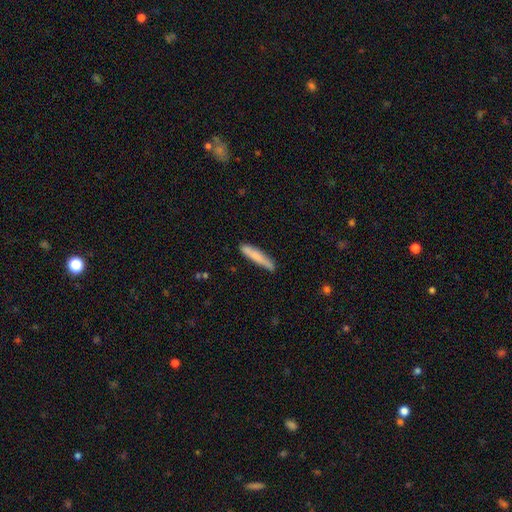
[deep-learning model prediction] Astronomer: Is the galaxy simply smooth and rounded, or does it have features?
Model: smooth — 77%.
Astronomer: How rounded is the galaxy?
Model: cigar-shaped — 92%.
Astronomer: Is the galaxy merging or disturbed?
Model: none — 83%.